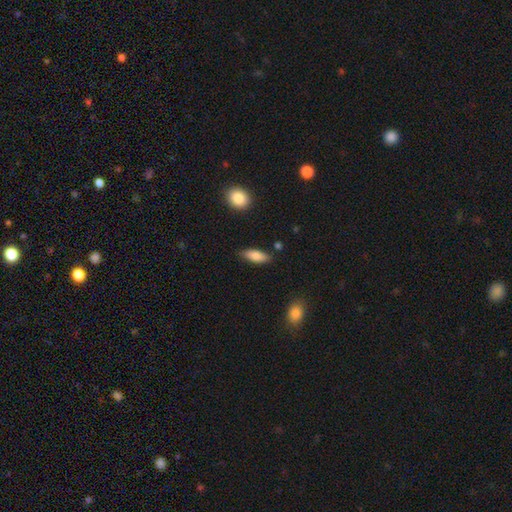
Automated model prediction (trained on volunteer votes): This is likely a smooth galaxy (79%). How rounded: likely in between (70%). Merging: clearly none (83%).